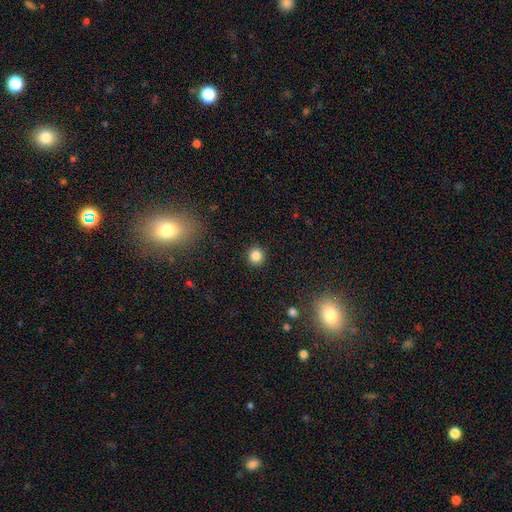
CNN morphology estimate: This is clearly a smooth galaxy (84%). How rounded: clearly round (93%). Merging: clearly none (92%).